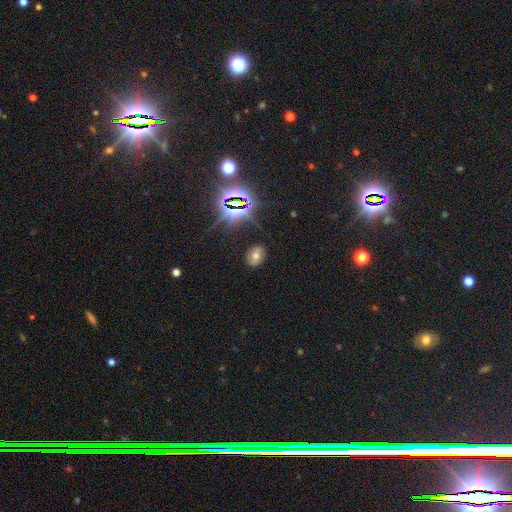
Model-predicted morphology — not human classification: smooth-or-featured: smooth: 43% | star or artifact: 41% | featured or disk: 16%
  merging: none: 84% | minor disturbance: 11% | major disturbance: 4% | merger: 2%